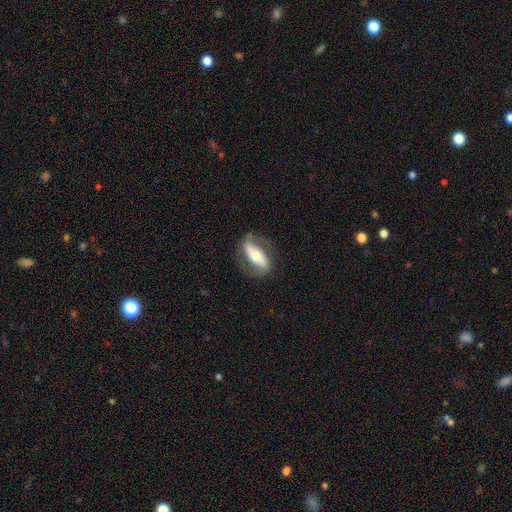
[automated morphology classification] smooth-or-featured: featured or disk: 72% | smooth: 22% | star or artifact: 5%
  disk-edge-on: no: 82% | yes: 18%
    bar: strong: 61% | no: 20% | weak: 19%
    has-spiral-arms: yes: 79% | no: 21%
    bulge-size: moderate: 62% | small: 23% | large: 12% | dominant: 2% | none: 1%
  merging: none: 76% | minor disturbance: 14% | major disturbance: 8% | merger: 1%